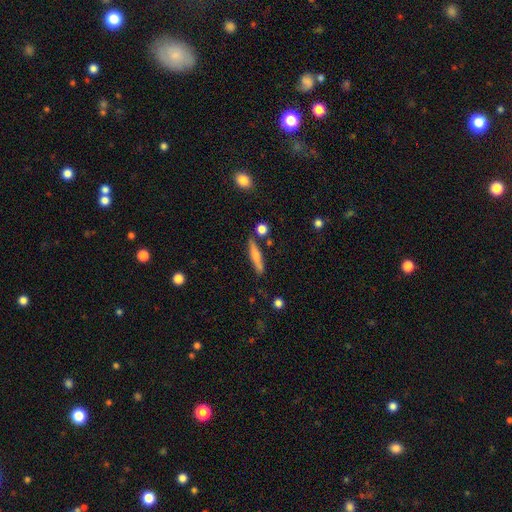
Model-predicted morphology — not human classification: Overall: smooth (62%; featured or disk 31%). How rounded: cigar-shaped (85%). Merging: none (75%).